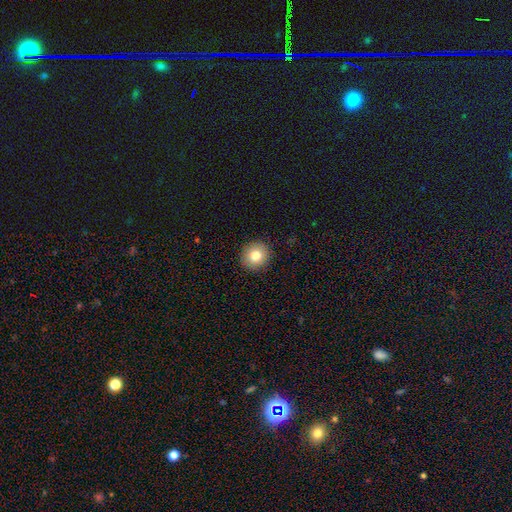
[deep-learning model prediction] This appears to be a smooth galaxy with no disk features (80%) that is round (87%). Merging: none (92%).